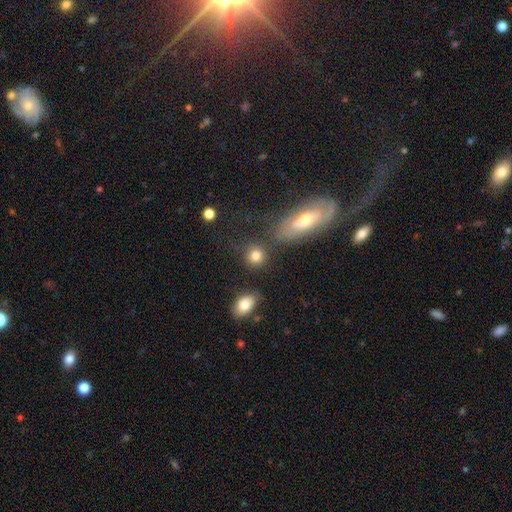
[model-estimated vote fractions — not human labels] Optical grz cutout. It shows a smooth galaxy with no disk features (83%) that is round (83%). Merging: none (75%).